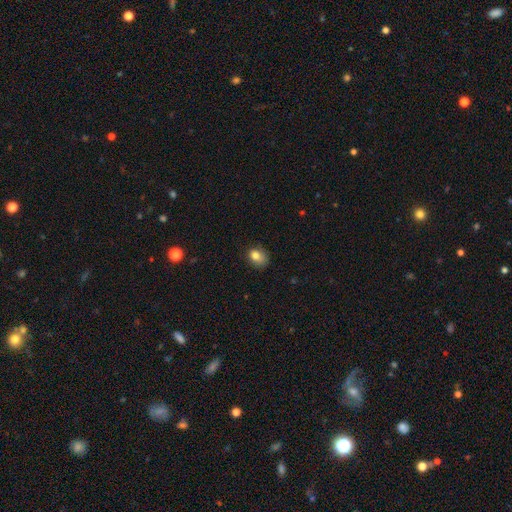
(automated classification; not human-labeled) smooth-or-featured: smooth: 80% | star or artifact: 11% | featured or disk: 9%
  how-rounded: in between: 60% | round: 39% | cigar-shaped: 1%
  merging: none: 61% | minor disturbance: 28% | major disturbance: 8% | merger: 2%